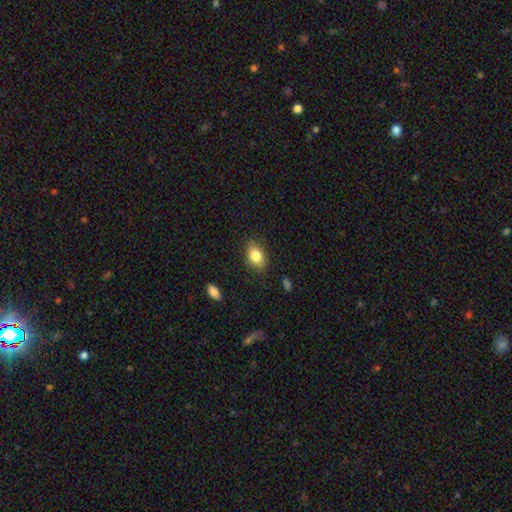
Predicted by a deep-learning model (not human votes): The model was most divided on "how rounded": in between: 81%, round: 17%, cigar-shaped: 2%. More confident: merging — none (83%); smooth or featured — smooth (82%).